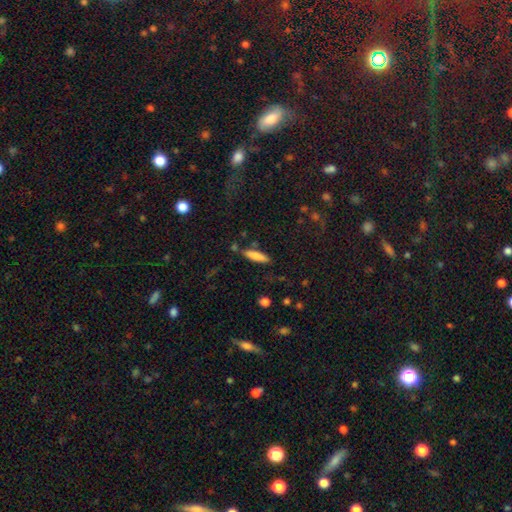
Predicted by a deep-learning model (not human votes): Smooth or featured: smooth — 78% (featured or disk — 15%)
How rounded: cigar-shaped — 72% (in between — 26%)
Merging: none — 79% (minor disturbance — 13%)